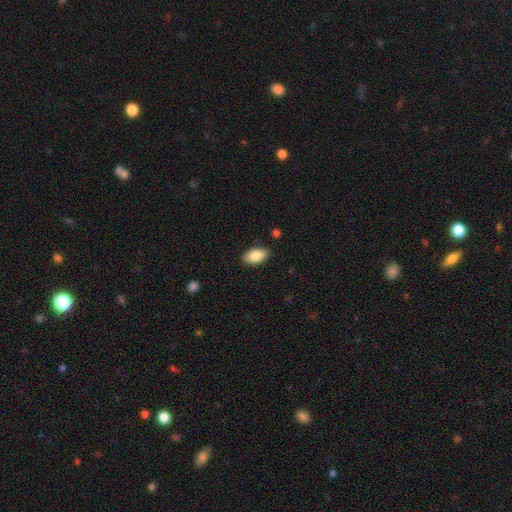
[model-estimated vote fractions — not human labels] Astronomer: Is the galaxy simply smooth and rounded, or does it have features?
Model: smooth — 87%.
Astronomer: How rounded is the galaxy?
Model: in between — 94%.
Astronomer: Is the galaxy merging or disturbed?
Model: none — 86%.